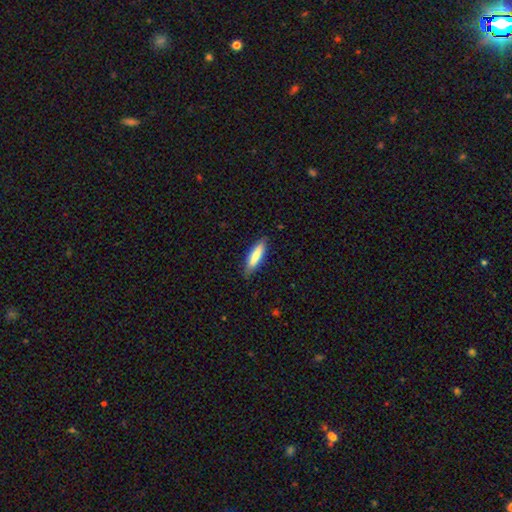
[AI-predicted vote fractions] Morphology: type=smooth (82%); roundness=cigar-shaped (70%); merging=none (85%).